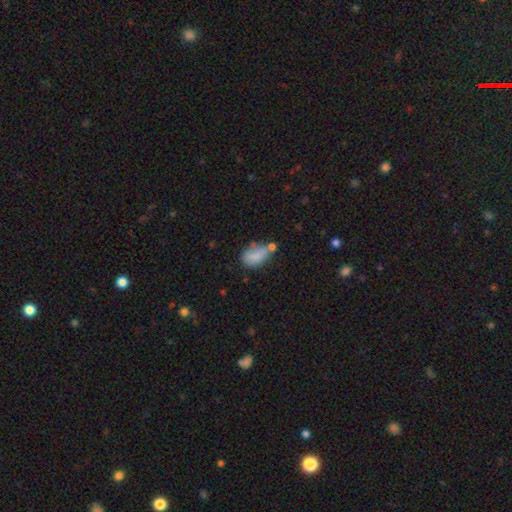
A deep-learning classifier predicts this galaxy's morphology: smooth-or-featured: smooth: 77% | featured or disk: 14% | star or artifact: 10%
  how-rounded: in between: 86% | round: 11% | cigar-shaped: 2%
  merging: none: 40% | minor disturbance: 26% | merger: 22% | major disturbance: 12%